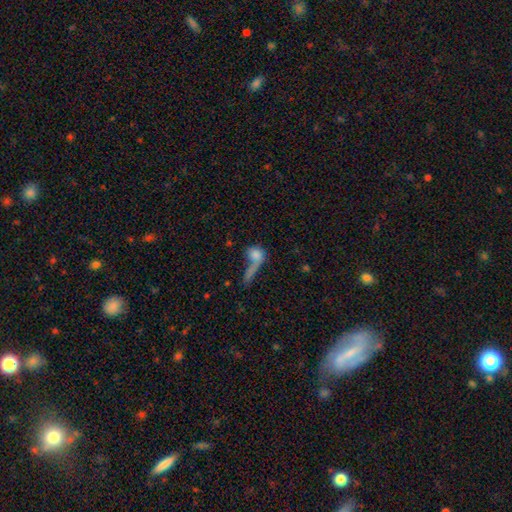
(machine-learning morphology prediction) This appears to be a smooth galaxy with no disk features (73%) that is round (46%). Merging: merger (38%).